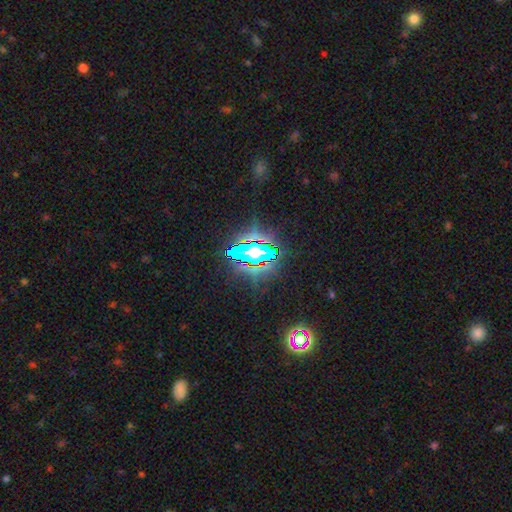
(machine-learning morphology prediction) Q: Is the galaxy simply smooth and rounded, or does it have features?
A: star or artifact — 73%.